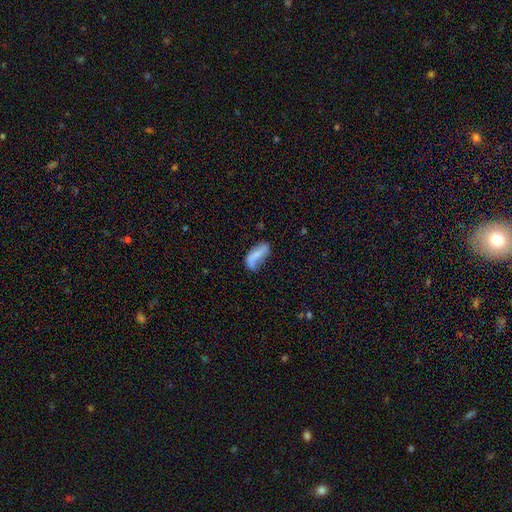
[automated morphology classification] type=smooth (65%); roundness=in between (73%); merging=none (43%).